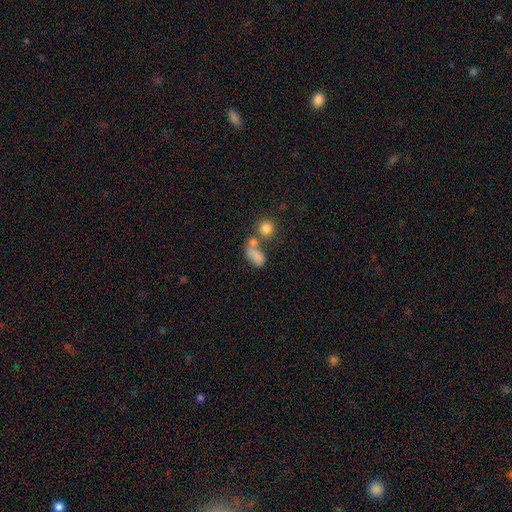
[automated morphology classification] smooth 78%, star or artifact 11%, featured or disk 11%. Down the decision tree: how rounded — in between (83%); merging — merger (44%).